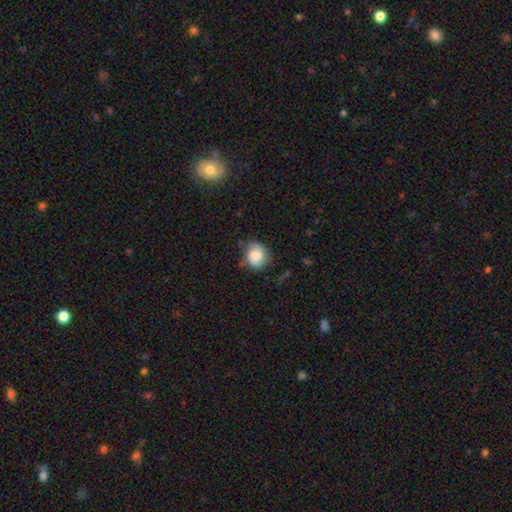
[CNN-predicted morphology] type=smooth (61%); roundness=round (64%); merging=none (61%).